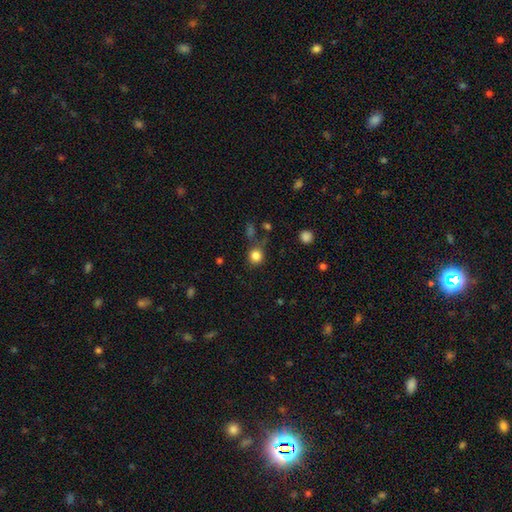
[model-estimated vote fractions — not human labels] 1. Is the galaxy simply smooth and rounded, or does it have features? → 83% smooth, 12% star or artifact, 5% featured or disk.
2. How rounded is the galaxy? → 89% round, 10% in between, 1% cigar-shaped.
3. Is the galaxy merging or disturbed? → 76% none, 13% minor disturbance, 6% merger, 5% major disturbance.